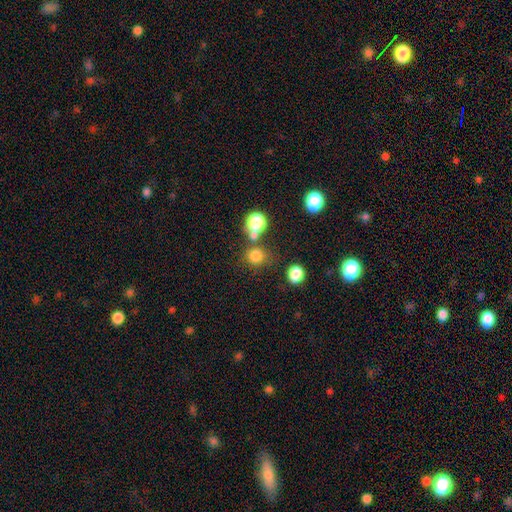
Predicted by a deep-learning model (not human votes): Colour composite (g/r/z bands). It shows a smooth galaxy with no disk features (77%) that is round (86%). Merging: none (66%).